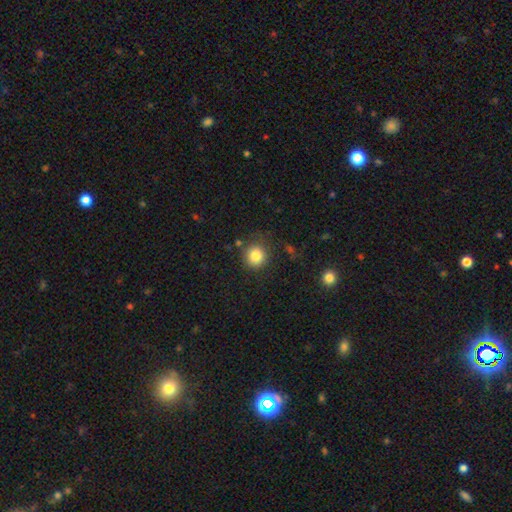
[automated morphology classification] Smooth or featured: smooth — 84% (star or artifact — 11%)
How rounded: round — 90% (in between — 9%)
Merging: none — 83% (minor disturbance — 10%)